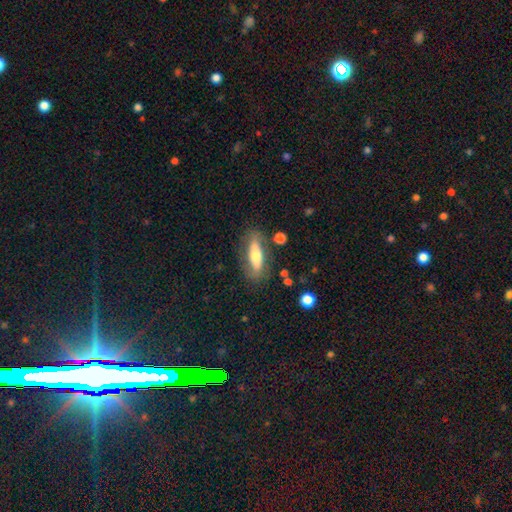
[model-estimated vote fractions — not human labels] The model was most divided on "how rounded": in between: 52%, cigar-shaped: 45%, round: 3%. More confident: merging — none (77%); smooth or featured — smooth (56%).